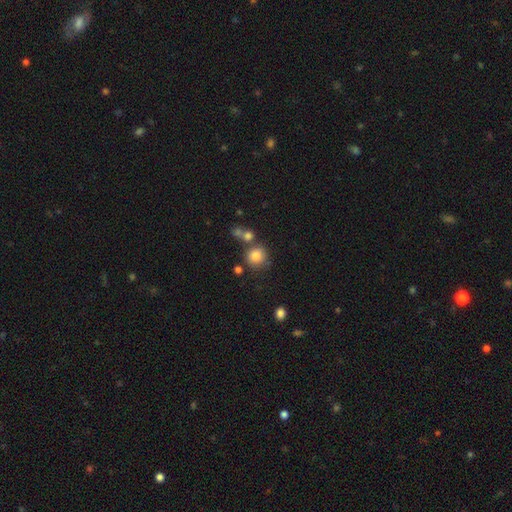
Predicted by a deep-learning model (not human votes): This appears to be a smooth galaxy with no disk features (82%) that is round (89%). Merging: none (68%).